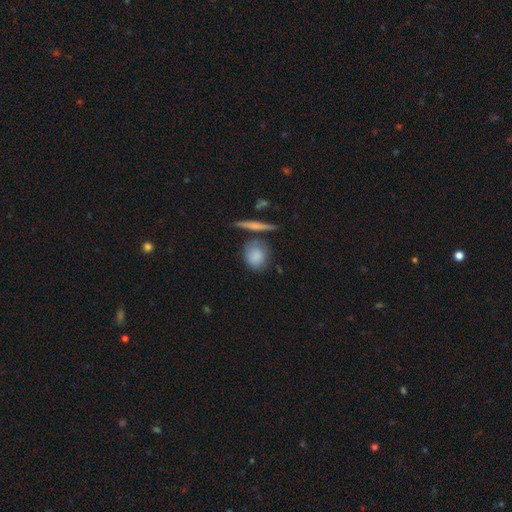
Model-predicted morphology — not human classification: A smooth galaxy with no disk features (81%) that is round (70%). Merging: none (61%).